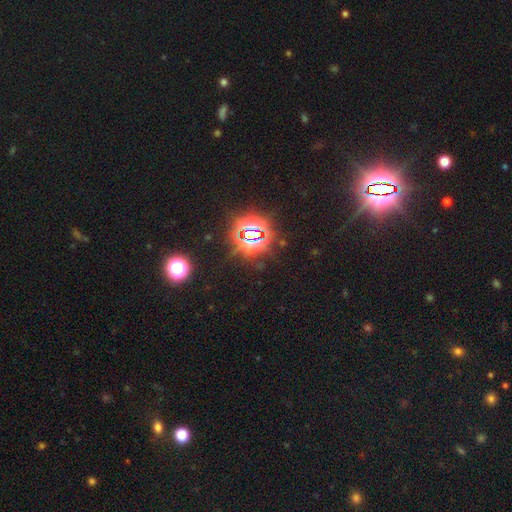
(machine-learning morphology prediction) smooth_or_featured: star or artifact (p=0.82) [alt: smooth p=0.11]